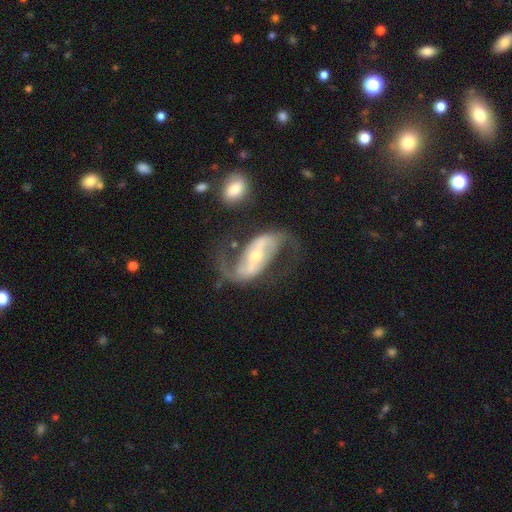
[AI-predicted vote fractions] Morphology: type=featured or disk (89%); edge-on=no (95%); bar=strong (60%); spiral arms=yes (95%); winding=loose (53%); arm count=2 (93%); bulge=small (48%); merging=none (67%).